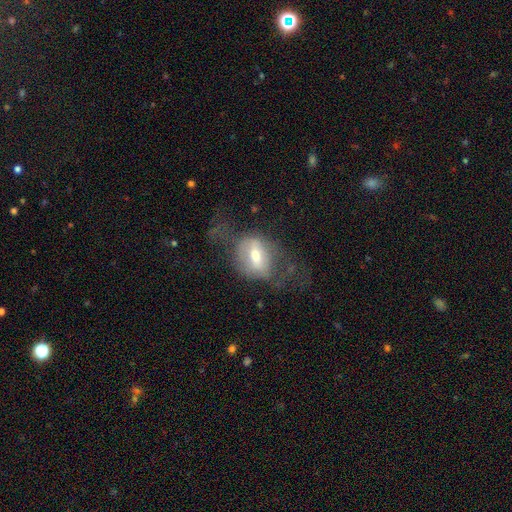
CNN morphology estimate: Overall: featured or disk (51%; smooth 40%). Edge-on disk: no (79%). Merging: none (41%; major disturbance 35%).